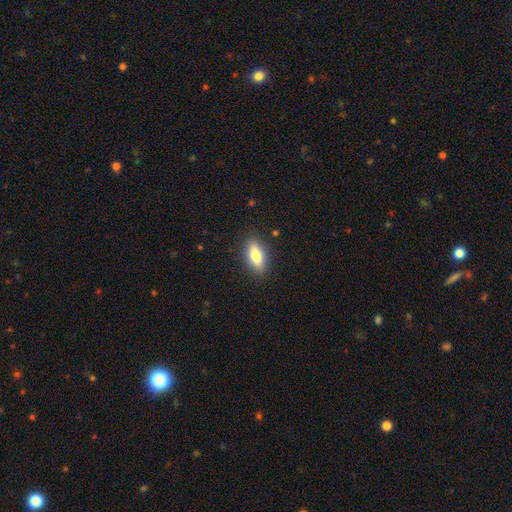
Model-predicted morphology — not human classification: A smooth galaxy with no disk features (78%) that is in between round and cigar-shaped (75%). Merging: none (87%).